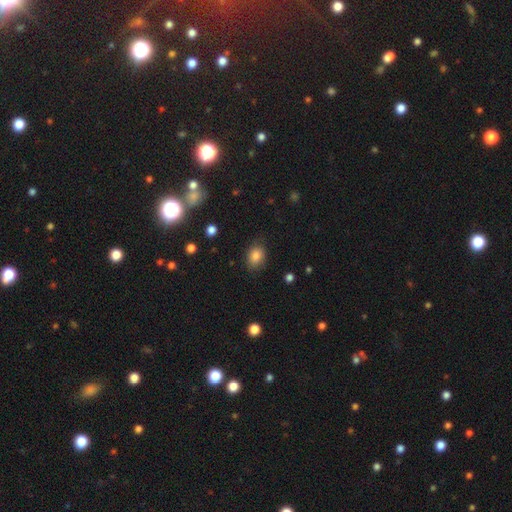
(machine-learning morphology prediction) smooth 84%, star or artifact 10%, featured or disk 7%. Down the decision tree: how rounded — in between (66%); merging — none (78%).